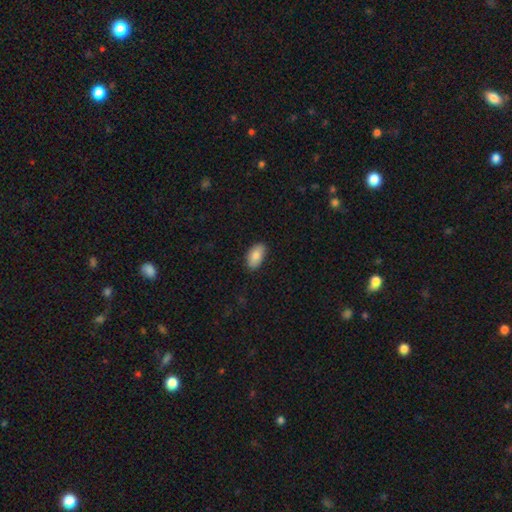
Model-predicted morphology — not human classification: A smooth galaxy with no disk features (81%) that is in between round and cigar-shaped (94%).

Vote fractions:
- Smooth or featured? smooth: 81% / featured or disk: 12% / star or artifact: 7%
- How rounded? in between: 94% / round: 4% / cigar-shaped: 2%
- Merging? none: 84% / minor disturbance: 13% / major disturbance: 2% / merger: 1%